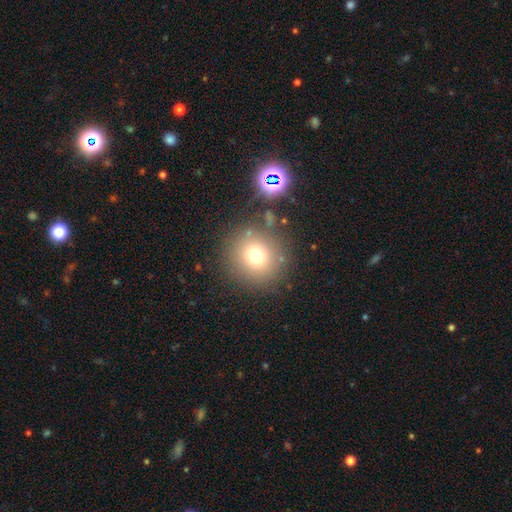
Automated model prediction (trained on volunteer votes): Smooth or featured: smooth — 72% (star or artifact — 17%)
How rounded: round — 92% (in between — 7%)
Merging: none — 82% (minor disturbance — 9%)